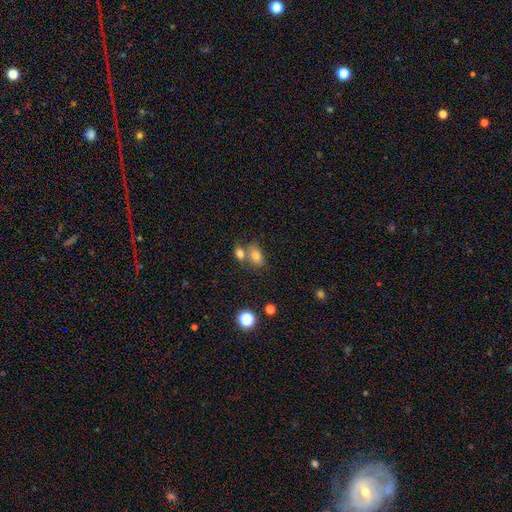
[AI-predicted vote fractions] Smooth or featured: smooth — 77% (featured or disk — 11%)
How rounded: in between — 79% (round — 19%)
Merging: none — 48% (merger — 36%)